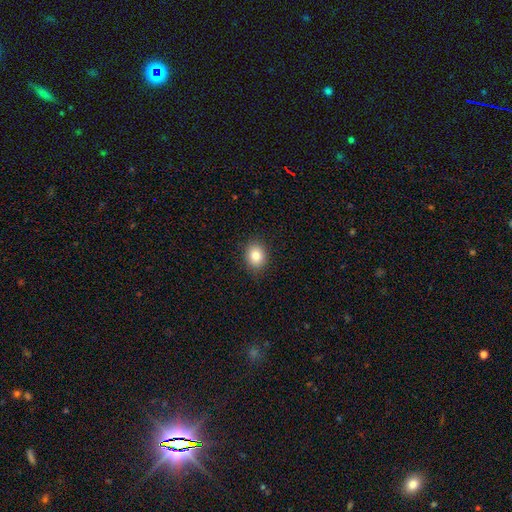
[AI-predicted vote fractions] Q: Smooth or featured?
A: smooth (83%); runner-up: star or artifact (9%)
Q: How rounded?
A: round (51%); runner-up: in between (48%)
Q: Merging?
A: none (88%); runner-up: minor disturbance (9%)